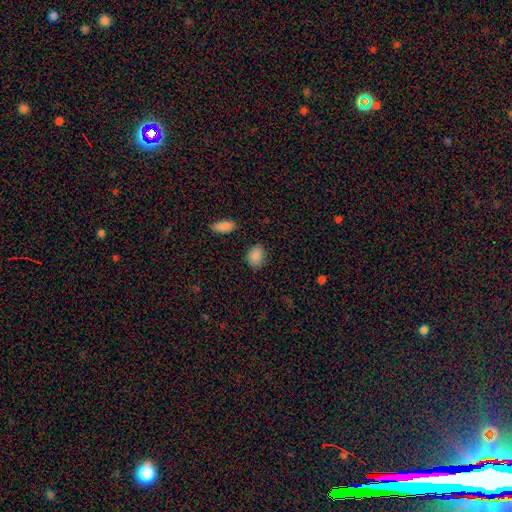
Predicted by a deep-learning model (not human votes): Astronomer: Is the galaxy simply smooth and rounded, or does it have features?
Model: smooth — 88%.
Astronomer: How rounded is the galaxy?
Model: in between — 70%.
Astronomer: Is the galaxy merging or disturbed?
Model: none — 84%.